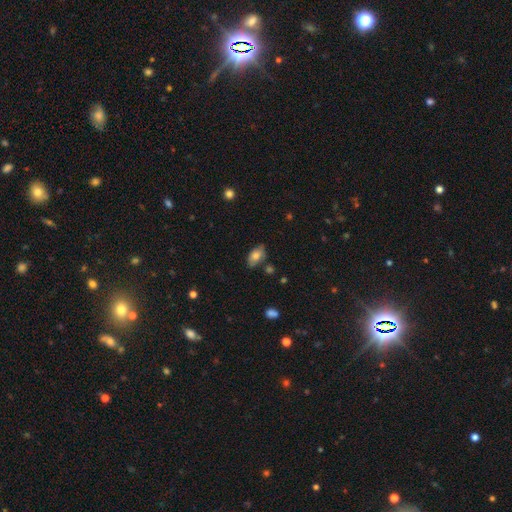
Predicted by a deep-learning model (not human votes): smooth-or-featured: smooth: 73% | featured or disk: 19% | star or artifact: 8%
  how-rounded: in between: 92% | round: 5% | cigar-shaped: 3%
  merging: none: 73% | minor disturbance: 20% | merger: 4% | major disturbance: 4%